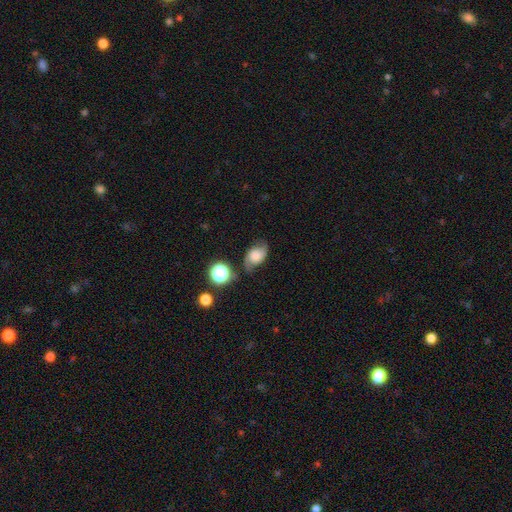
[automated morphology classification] Overall: featured or disk (47%; smooth 41%). Merging: none (62%; minor disturbance 25%).